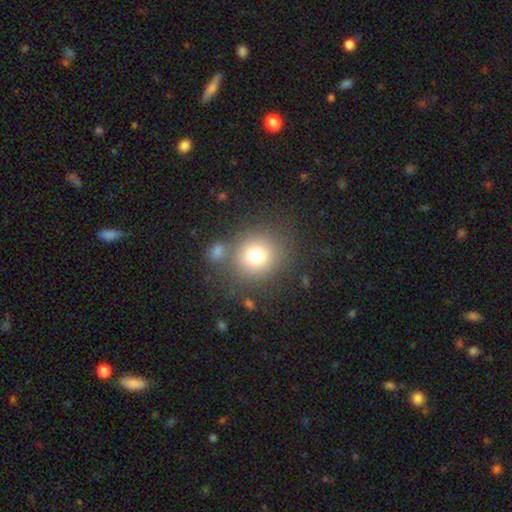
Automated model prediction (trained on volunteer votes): smooth-or-featured: smooth: 74% | star or artifact: 14% | featured or disk: 12%
  how-rounded: round: 84% | in between: 15% | cigar-shaped: 1%
  merging: none: 72% | merger: 12% | minor disturbance: 10% | major disturbance: 6%